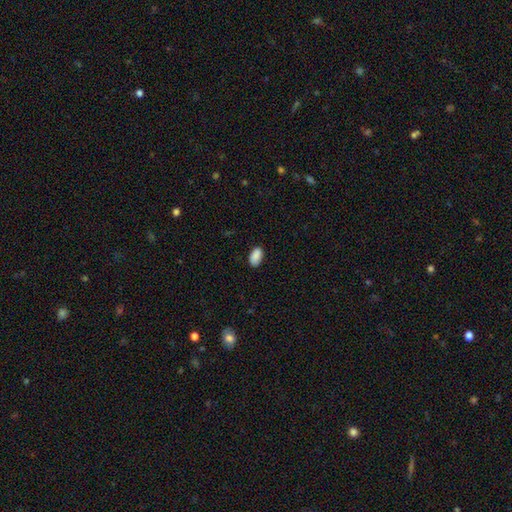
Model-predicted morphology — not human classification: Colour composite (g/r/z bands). It shows a smooth galaxy with no disk features (89%) that is in between round and cigar-shaped (94%). Merging: none (83%).